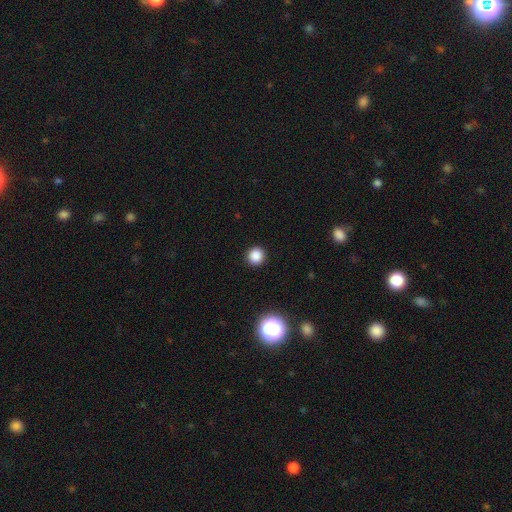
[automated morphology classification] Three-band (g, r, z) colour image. It shows a smooth galaxy with no disk features (84%) that is round (94%). Merging: none (92%).